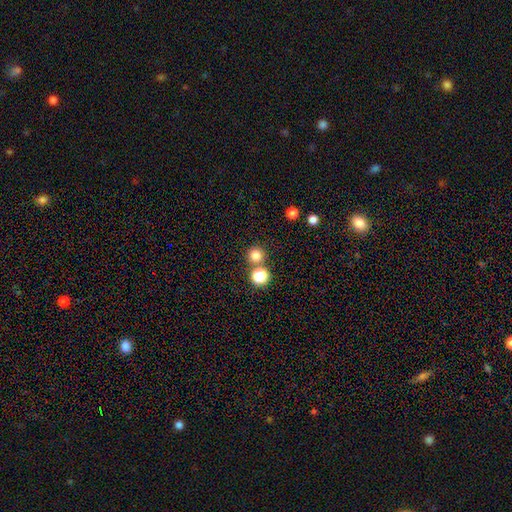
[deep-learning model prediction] Smooth or featured? smooth (79%)
How rounded? round (95%)
Merging? none (75%)